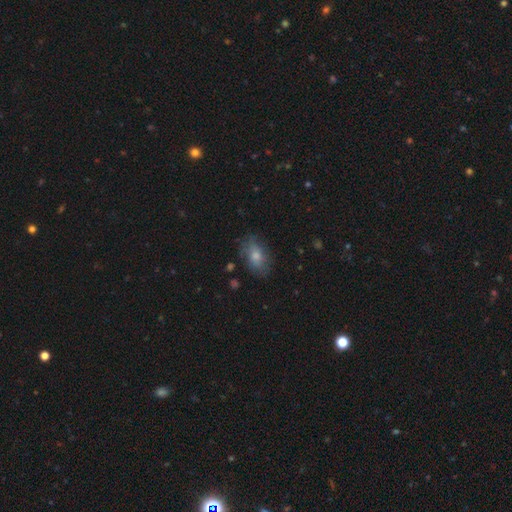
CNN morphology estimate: Overall: smooth (72%). How rounded: in between (87%). Merging: none (70%).